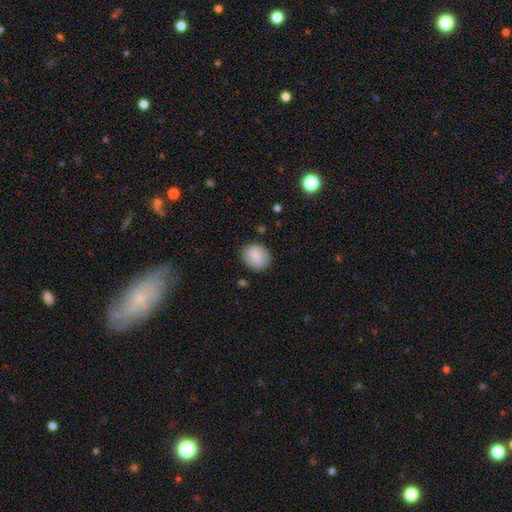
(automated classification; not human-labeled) Smooth or featured? Predicted: smooth (p=0.77). How rounded? Predicted: round (p=0.62). Merging? Predicted: none (p=0.81).